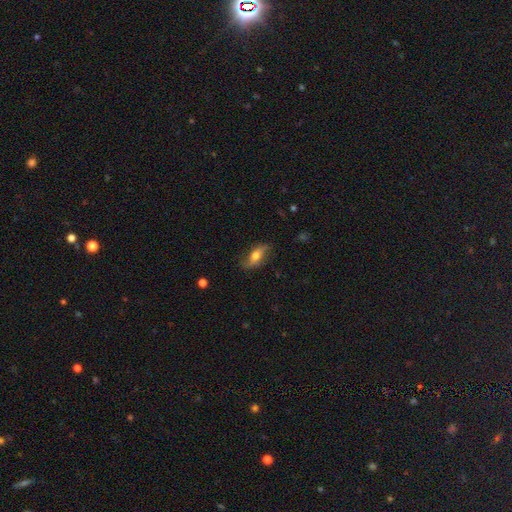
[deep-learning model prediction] smooth-or-featured: featured or disk: 48% | smooth: 44% | star or artifact: 8%
  merging: none: 74% | minor disturbance: 20% | major disturbance: 5% | merger: 1%